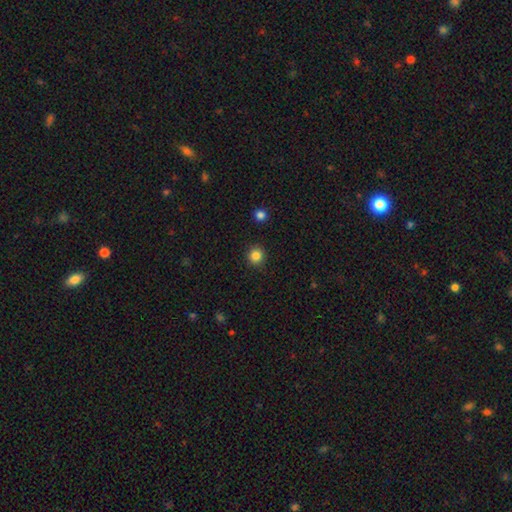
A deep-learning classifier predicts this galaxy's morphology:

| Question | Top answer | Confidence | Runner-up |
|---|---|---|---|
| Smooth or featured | smooth | 85% | star or artifact (11%) |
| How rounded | round | 93% | in between (6%) |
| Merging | none | 91% | minor disturbance (6%) |